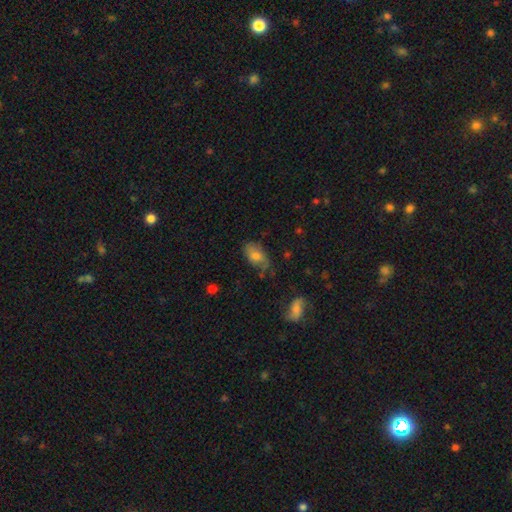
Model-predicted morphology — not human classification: Overall: smooth (69%). How rounded: in between (91%). Merging: none (60%; minor disturbance 28%).